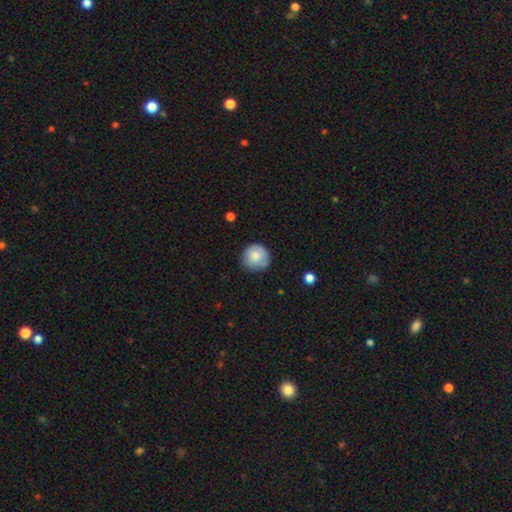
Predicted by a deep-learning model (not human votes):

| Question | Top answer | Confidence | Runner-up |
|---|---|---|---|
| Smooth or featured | smooth | 78% | featured or disk (14%) |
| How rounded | round | 93% | in between (6%) |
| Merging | none | 78% | minor disturbance (17%) |